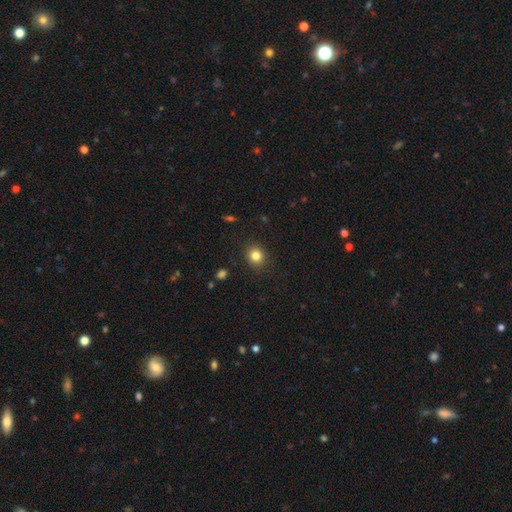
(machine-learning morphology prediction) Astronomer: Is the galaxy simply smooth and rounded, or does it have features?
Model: smooth — 82%.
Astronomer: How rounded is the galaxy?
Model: round — 84%.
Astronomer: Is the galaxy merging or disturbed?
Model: none — 90%.